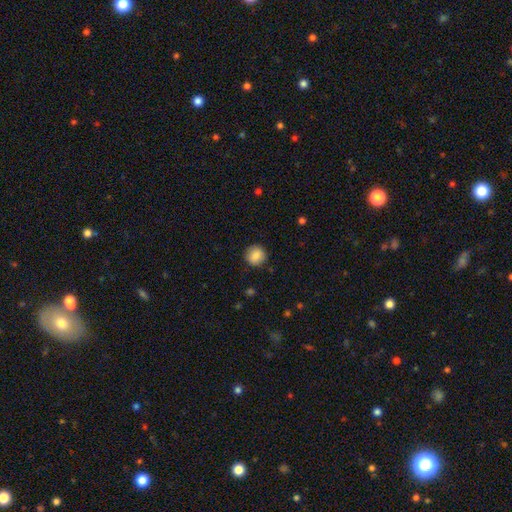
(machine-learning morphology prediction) Overall: smooth (86%). How rounded: round (90%). Merging: none (88%).